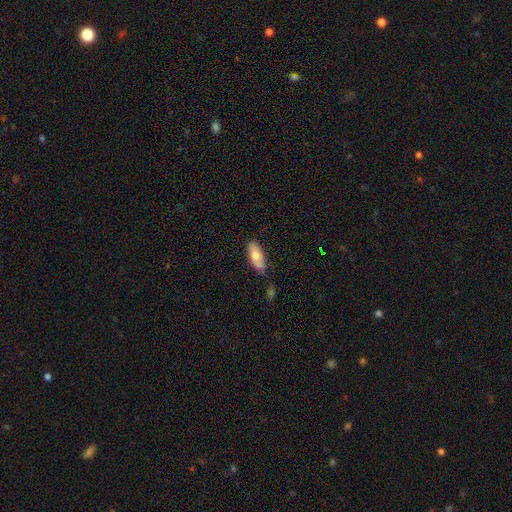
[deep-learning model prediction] Smooth or featured: smooth — 73% (featured or disk — 21%)
How rounded: in between — 79% (cigar-shaped — 19%)
Merging: none — 75% (minor disturbance — 18%)